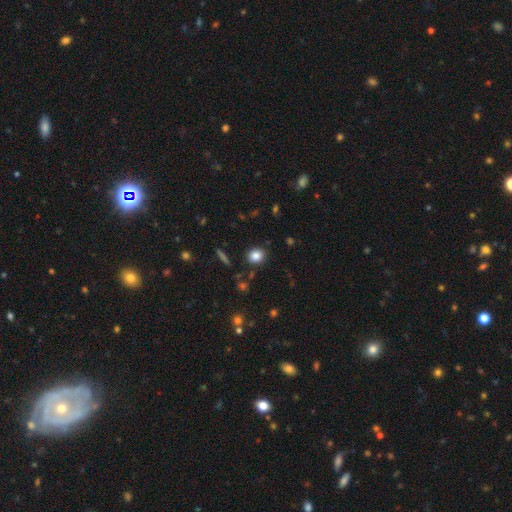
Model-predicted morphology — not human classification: This appears to be a smooth galaxy with no disk features (83%) that is round (76%). Merging: none (87%).